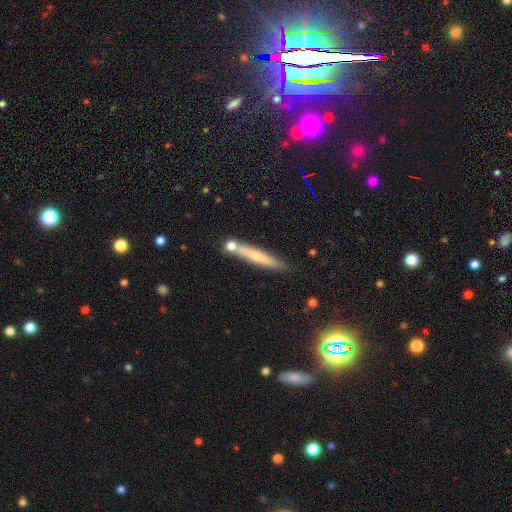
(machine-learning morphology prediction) Overall: smooth (59%; featured or disk 33%). How rounded: cigar-shaped (93%). Merging: none (74%).